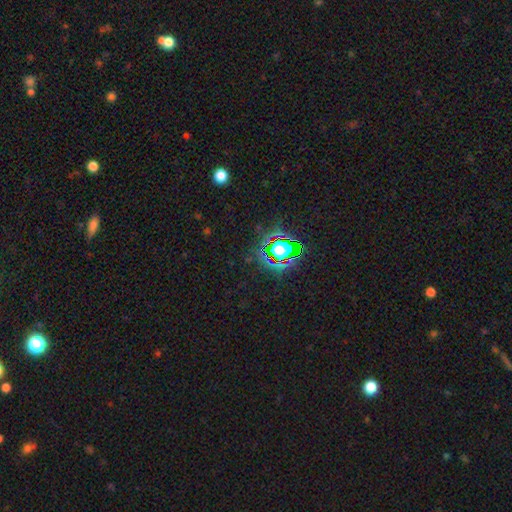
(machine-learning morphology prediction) This is likely a star or artifact rather than a galaxy (80%).